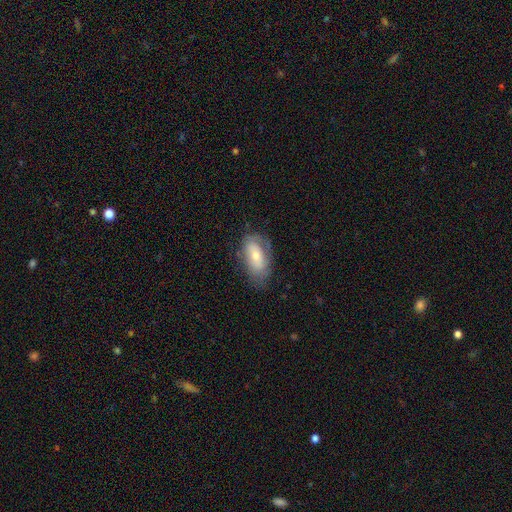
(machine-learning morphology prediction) type=smooth (60%); roundness=in between (89%); merging=none (63%).